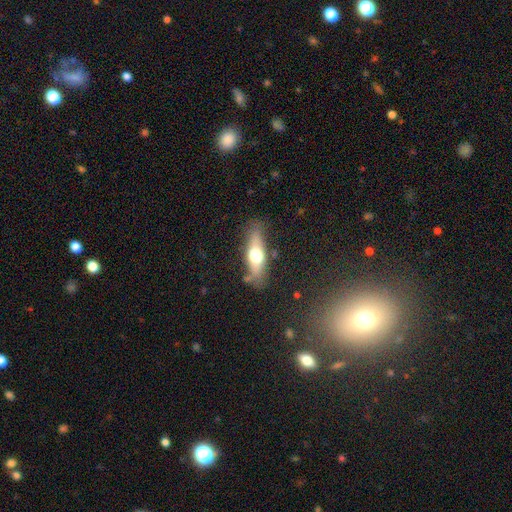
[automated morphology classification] Q: Smooth or featured?
A: smooth (50%); runner-up: featured or disk (43%)
Q: How rounded?
A: cigar-shaped (53%); runner-up: in between (44%)
Q: Merging?
A: none (75%); runner-up: minor disturbance (17%)